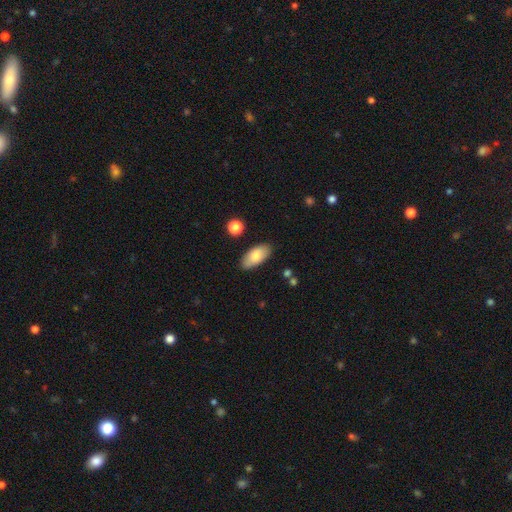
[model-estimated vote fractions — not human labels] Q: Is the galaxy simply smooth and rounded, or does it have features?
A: smooth — 78%.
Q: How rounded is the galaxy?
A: in between — 92%.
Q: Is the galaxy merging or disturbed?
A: none — 85%.